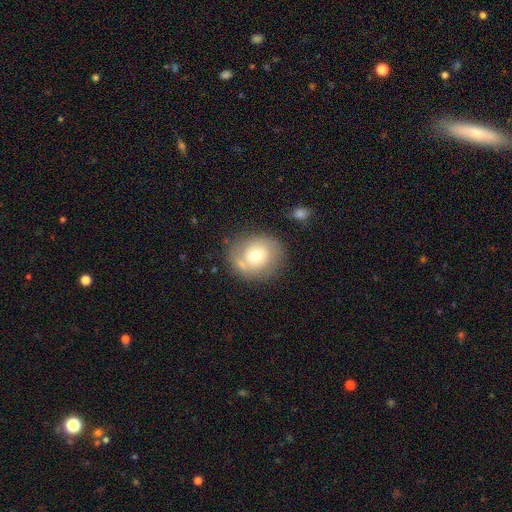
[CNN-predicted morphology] smooth-or-featured: smooth: 59% | featured or disk: 32% | star or artifact: 9%
  how-rounded: round: 70% | in between: 29% | cigar-shaped: 1%
  merging: none: 69% | minor disturbance: 17% | merger: 9% | major disturbance: 6%